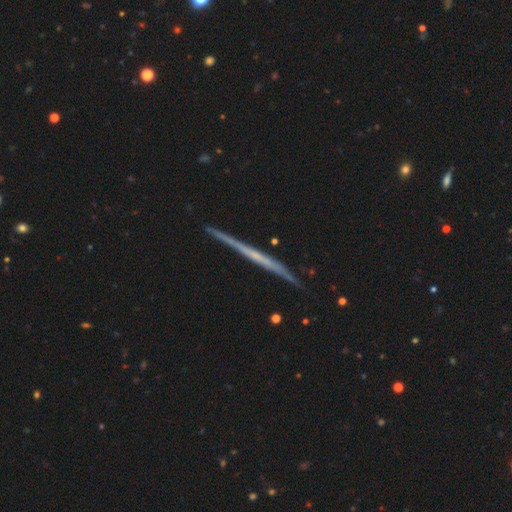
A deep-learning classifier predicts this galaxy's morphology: A featured or disk galaxy (70%) viewed edge-on (98%) with no central bulge (84%).

Vote fractions:
- Smooth or featured? featured or disk: 70% / smooth: 24% / star or artifact: 6%
- Edge-on disk? yes: 98% / no: 2%
- Edge-on bulge? none: 84% / rounded: 12% / boxy: 5%
- Merging? none: 90% / minor disturbance: 7% / major disturbance: 1% / merger: 1%